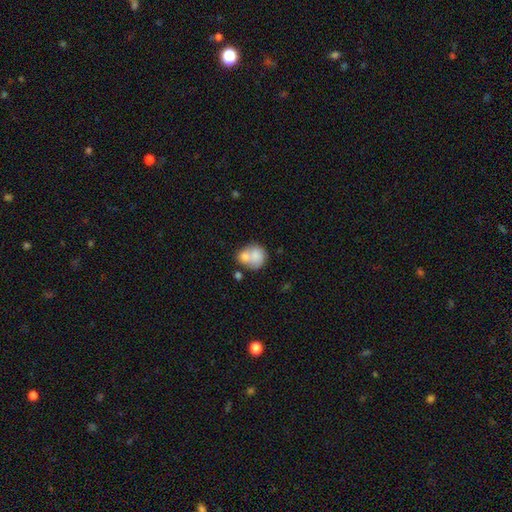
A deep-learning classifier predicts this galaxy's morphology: smooth 73%, featured or disk 20%, star or artifact 7%. Down the decision tree: how rounded — round (69%); merging — merger (52%).